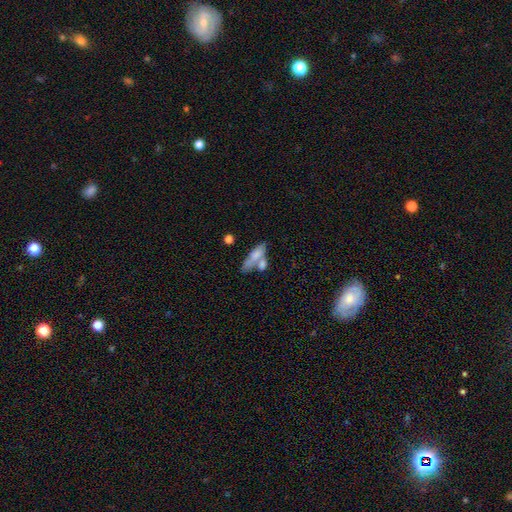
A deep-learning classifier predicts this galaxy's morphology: Smooth or featured? smooth (68%)
How rounded? in between (62%)
Merging? merger (47%)